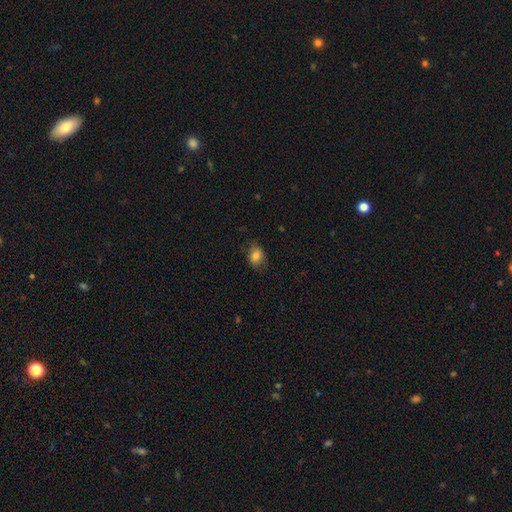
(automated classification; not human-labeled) This appears to be a smooth galaxy with no disk features (80%) that is in between round and cigar-shaped (62%). Merging: none (75%).